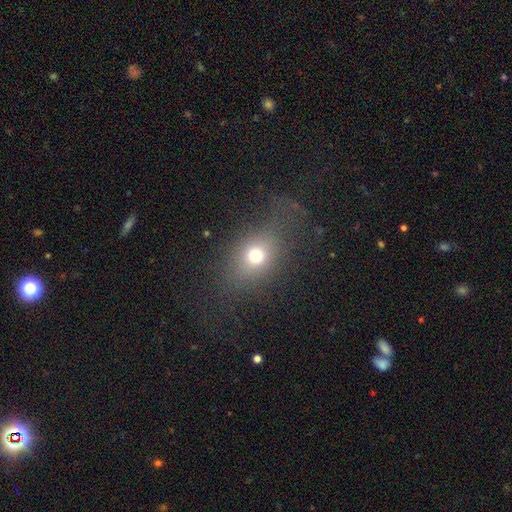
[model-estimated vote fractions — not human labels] smooth 69%, star or artifact 17%, featured or disk 13%. Down the decision tree: how rounded — in between (54%); merging — none (62%).